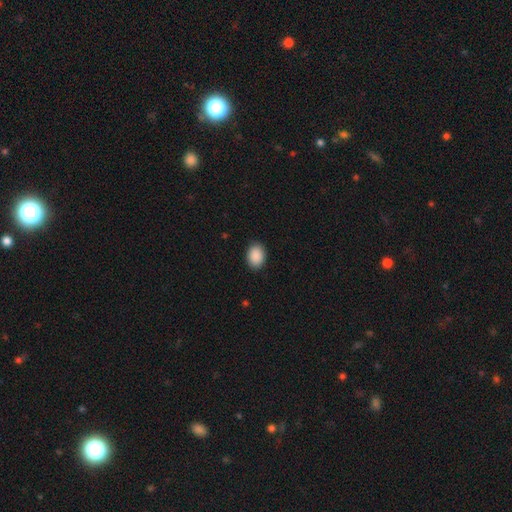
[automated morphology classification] smooth-or-featured: smooth: 91% | star or artifact: 7% | featured or disk: 2%
  how-rounded: in between: 73% | round: 26% | cigar-shaped: 1%
  merging: none: 89% | minor disturbance: 8% | major disturbance: 2% | merger: 1%